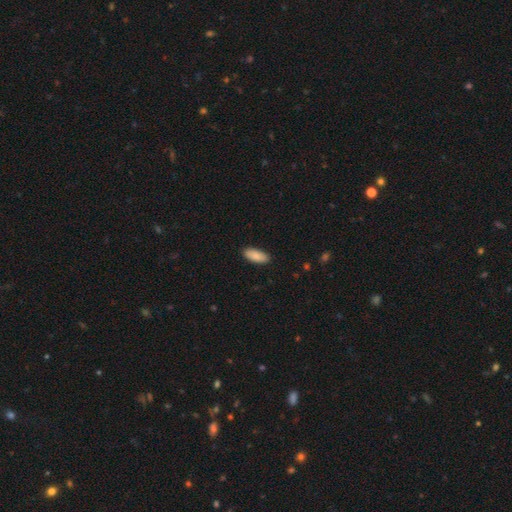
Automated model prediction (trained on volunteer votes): A smooth galaxy with no disk features (89%) that is in between round and cigar-shaped (82%). Merging: none (89%).